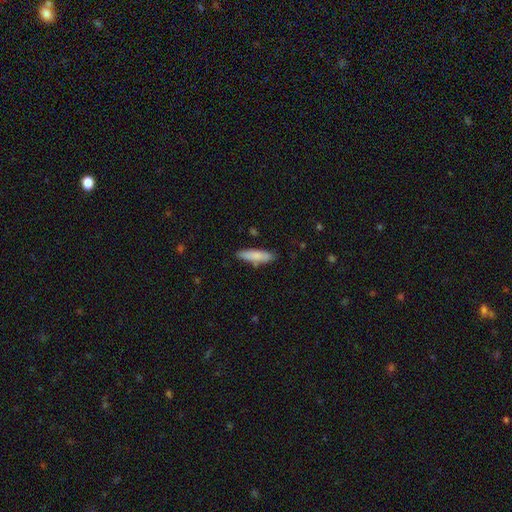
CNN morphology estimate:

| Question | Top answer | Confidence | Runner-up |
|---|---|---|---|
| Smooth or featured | smooth | 81% | featured or disk (14%) |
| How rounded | cigar-shaped | 71% | in between (27%) |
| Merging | none | 81% | minor disturbance (13%) |